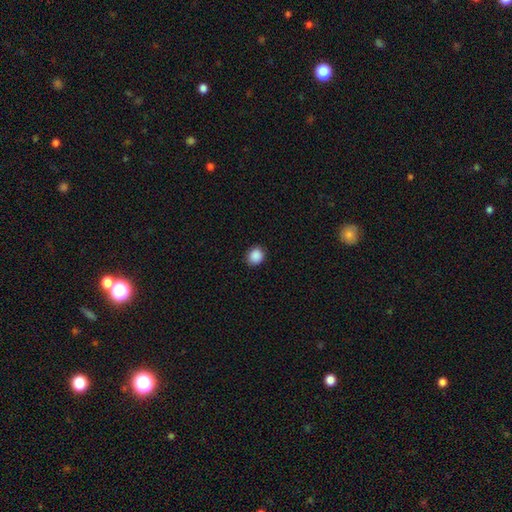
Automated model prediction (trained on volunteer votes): This appears to be a smooth galaxy with no disk features (89%) that is round (78%). Merging: none (89%).